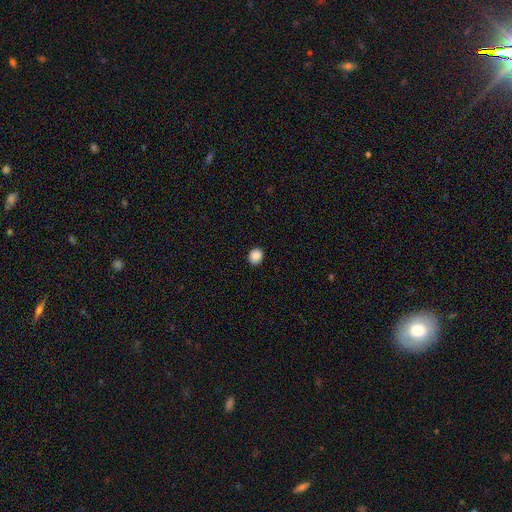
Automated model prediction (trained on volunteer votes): Smooth or featured?
  - smooth: 88% *
  - star or artifact: 9%
  - featured or disk: 3%
How rounded?
  - round: 75% *
  - in between: 25%
  - cigar-shaped: 1%
Merging?
  - none: 91% *
  - minor disturbance: 7%
  - major disturbance: 2%
  - merger: 1%